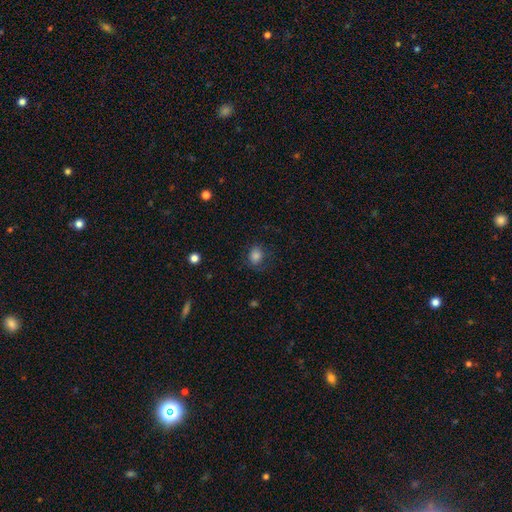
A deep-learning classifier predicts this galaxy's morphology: A smooth galaxy with no disk features (81%) that is round (56%).

Vote fractions:
- Smooth or featured? smooth: 81% / star or artifact: 11% / featured or disk: 8%
- How rounded? round: 56% / in between: 43% / cigar-shaped: 1%
- Merging? none: 70% / minor disturbance: 20% / major disturbance: 10% / merger: 1%